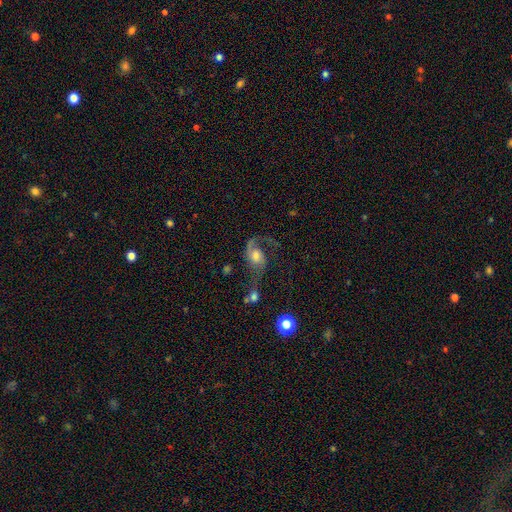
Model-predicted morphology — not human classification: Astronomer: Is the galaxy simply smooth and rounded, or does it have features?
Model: featured or disk — 74%.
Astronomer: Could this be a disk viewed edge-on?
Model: no — 97%.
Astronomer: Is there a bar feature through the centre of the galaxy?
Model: no — 63%.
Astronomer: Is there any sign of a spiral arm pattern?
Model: yes — 92%.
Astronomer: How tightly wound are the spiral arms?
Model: loose — 65%.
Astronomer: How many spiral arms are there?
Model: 2 — 66%.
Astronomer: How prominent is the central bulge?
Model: moderate — 55%.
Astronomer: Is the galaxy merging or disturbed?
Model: none — 38% (runner-up: major disturbance, 29%).